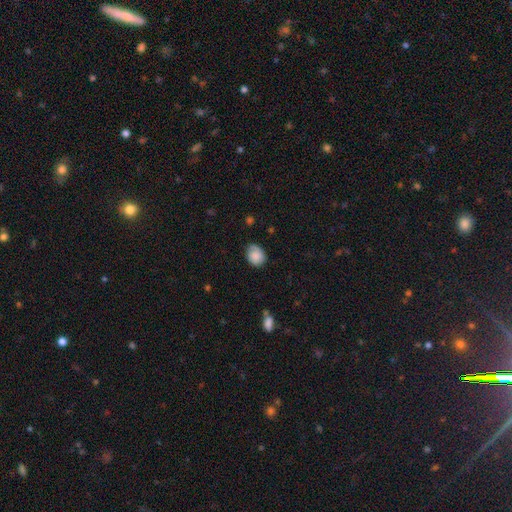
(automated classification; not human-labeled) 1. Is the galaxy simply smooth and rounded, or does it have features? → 77% smooth, 15% featured or disk, 8% star or artifact.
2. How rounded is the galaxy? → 50% round, 49% in between, 1% cigar-shaped.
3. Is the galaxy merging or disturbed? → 64% none, 27% minor disturbance, 7% major disturbance, 2% merger.